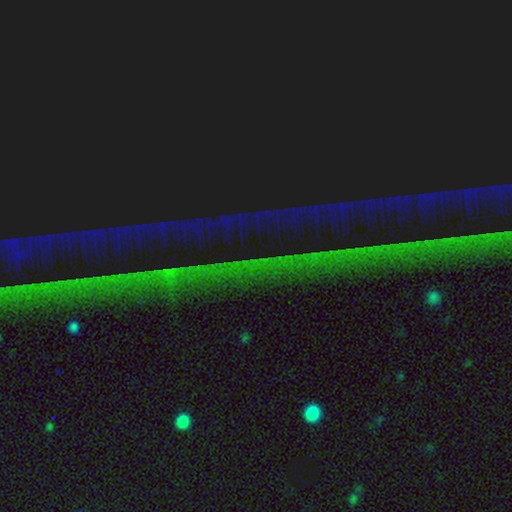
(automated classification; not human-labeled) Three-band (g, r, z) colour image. It shows a star or artifact, not a galaxy (81%).